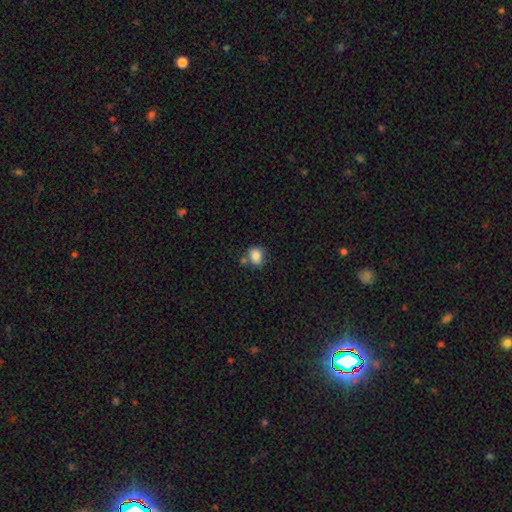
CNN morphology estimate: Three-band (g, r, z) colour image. It shows a smooth galaxy with no disk features (85%) that is round (52%). Merging: none (59%).